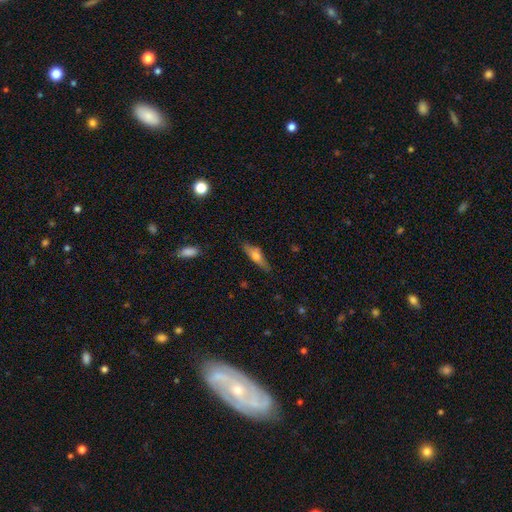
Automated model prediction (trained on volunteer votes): Smooth or featured: smooth — 52% (featured or disk — 41%)
How rounded: cigar-shaped — 63% (in between — 34%)
Merging: none — 77% (minor disturbance — 17%)